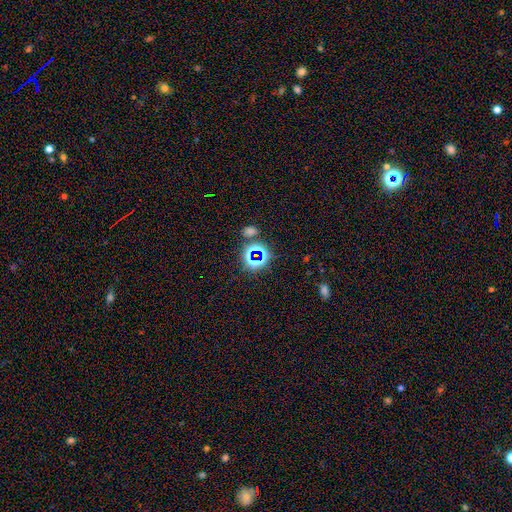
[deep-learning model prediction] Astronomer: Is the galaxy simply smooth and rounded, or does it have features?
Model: star or artifact — 67%.